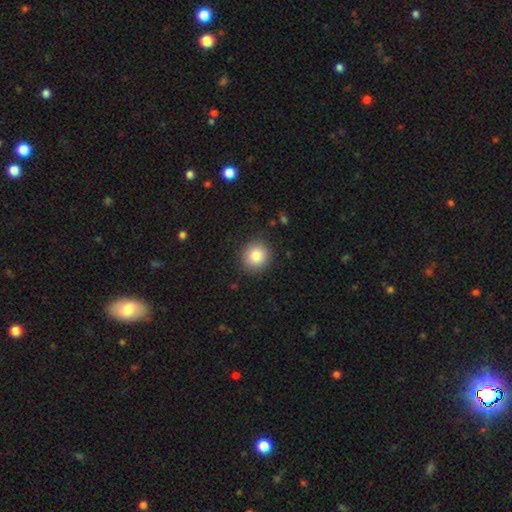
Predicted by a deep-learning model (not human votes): Smooth or featured? smooth (83%)
How rounded? round (87%)
Merging? none (88%)